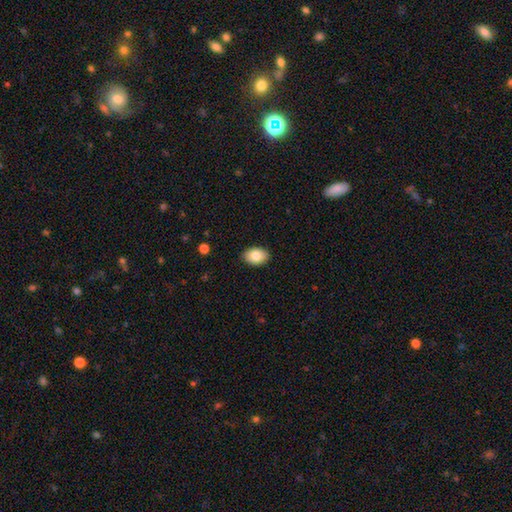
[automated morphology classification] This appears to be a smooth galaxy with no disk features (84%) that is in between round and cigar-shaped (85%). Merging: none (88%).